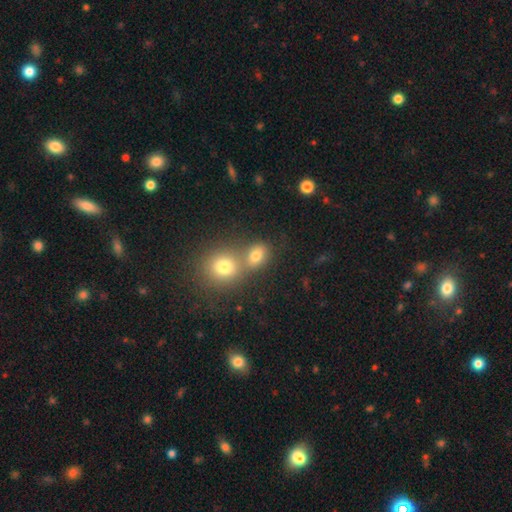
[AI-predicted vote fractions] Q: Smooth or featured?
A: smooth (76%); runner-up: star or artifact (14%)
Q: How rounded?
A: round (52%); runner-up: in between (46%)
Q: Merging?
A: merger (47%); runner-up: none (41%)